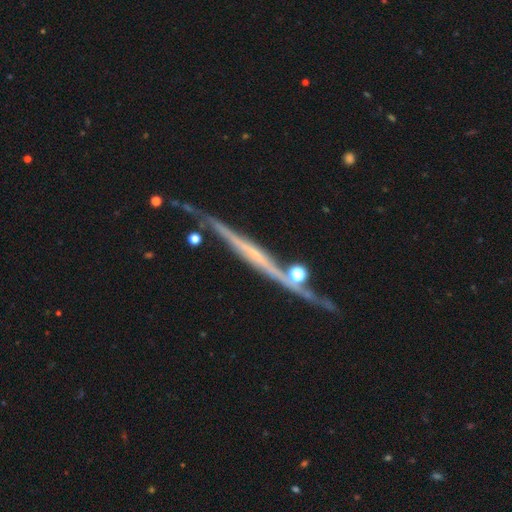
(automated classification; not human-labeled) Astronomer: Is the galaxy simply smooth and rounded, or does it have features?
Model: featured or disk — 79%.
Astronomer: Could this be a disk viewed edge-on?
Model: yes — 95%.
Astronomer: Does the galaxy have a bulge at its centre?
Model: none — 63%.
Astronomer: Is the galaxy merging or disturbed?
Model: none — 71%.